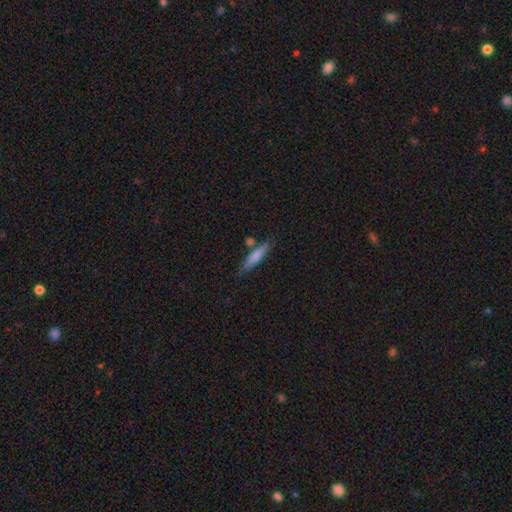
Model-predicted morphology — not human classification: A smooth galaxy with no disk features (68%) that is cigar-shaped (85%). Merging: none (73%).